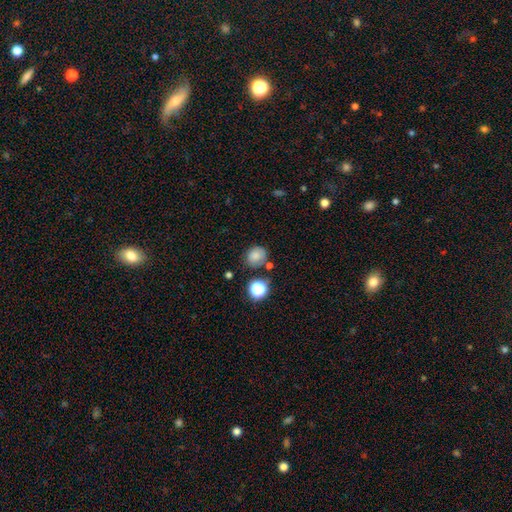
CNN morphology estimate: Smooth or featured? smooth (78%)
How rounded? round (66%)
Merging? none (70%)